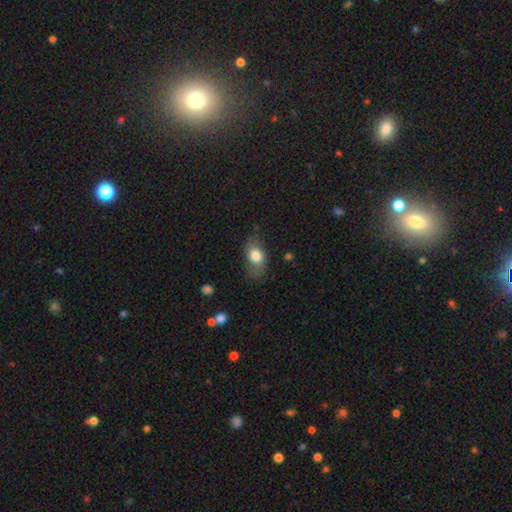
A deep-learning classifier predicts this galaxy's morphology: The model was most divided on "merging": none: 65%, minor disturbance: 24%, major disturbance: 9%, merger: 2%. More confident: how rounded — in between (84%); smooth or featured — smooth (77%).